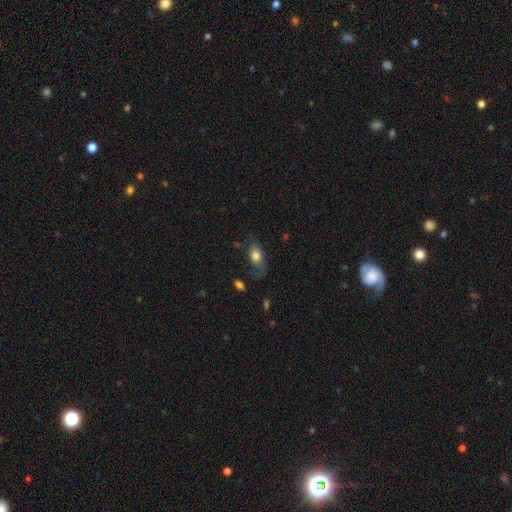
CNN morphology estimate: The model was most divided on "merging": none: 53%, minor disturbance: 27%, major disturbance: 17%, merger: 3%. More confident: how rounded — in between (85%); smooth or featured — smooth (74%).